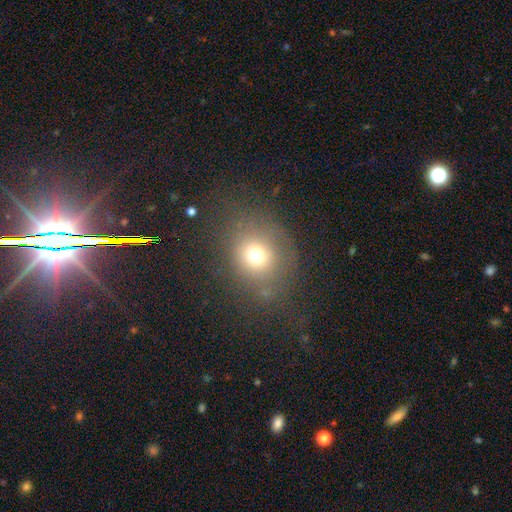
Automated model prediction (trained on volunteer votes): Overall: smooth (69%). How rounded: round (80%). Merging: none (70%).